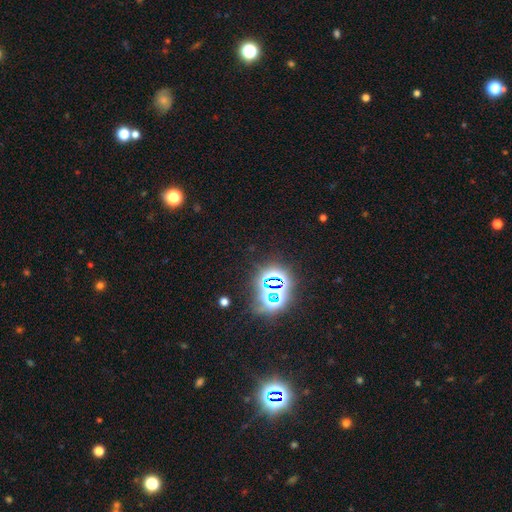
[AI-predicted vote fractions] Smooth or featured: star or artifact — 77% (smooth — 16%)